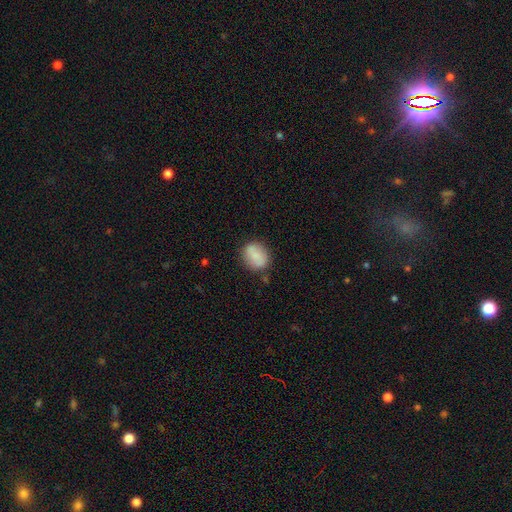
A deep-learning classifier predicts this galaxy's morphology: Smooth or featured?
  - smooth: 77% *
  - featured or disk: 15%
  - star or artifact: 7%
How rounded?
  - round: 56% *
  - in between: 42%
  - cigar-shaped: 1%
Merging?
  - none: 75% *
  - minor disturbance: 16%
  - merger: 4%
  - major disturbance: 4%